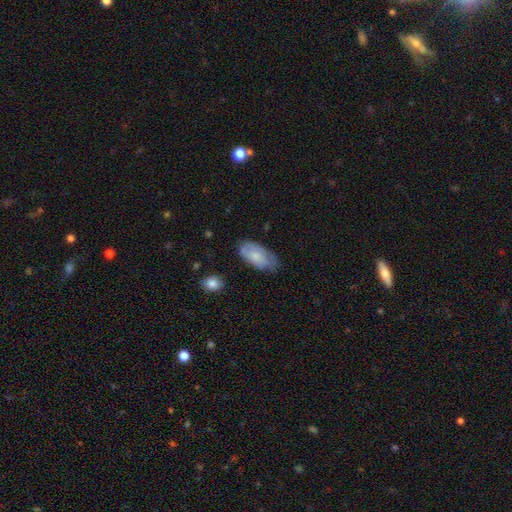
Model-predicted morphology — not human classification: A smooth galaxy with no disk features (75%) that is in between round and cigar-shaped (93%). Merging: none (67%).